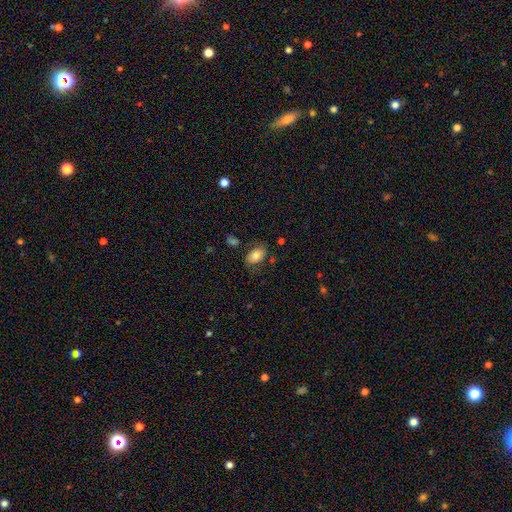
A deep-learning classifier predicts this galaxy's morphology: This is likely a smooth galaxy (77%). How rounded: clearly in between (91%). Merging: likely none (72%).